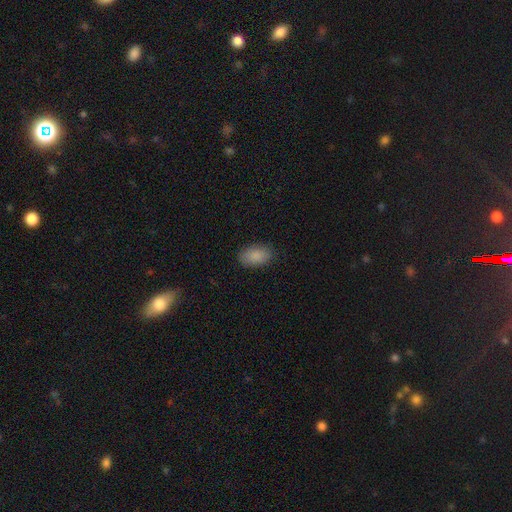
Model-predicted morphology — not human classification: Smooth or featured: smooth — 89% (star or artifact — 7%)
How rounded: in between — 92% (round — 6%)
Merging: none — 85% (minor disturbance — 11%)